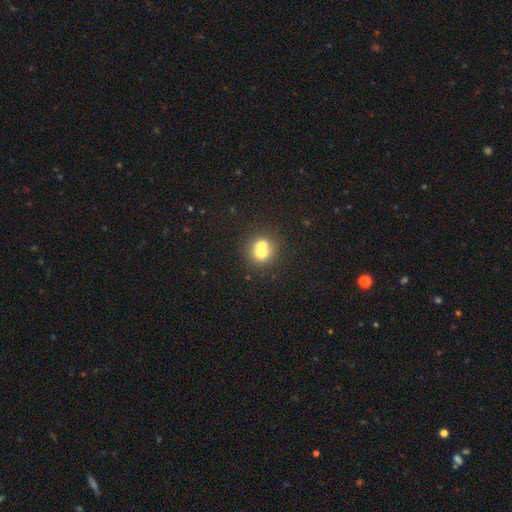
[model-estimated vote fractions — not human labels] This appears to be a smooth galaxy with no disk features (62%) that is round (86%). Merging: none (84%).